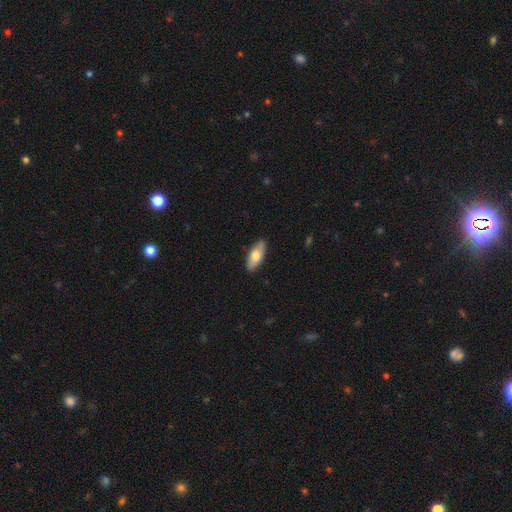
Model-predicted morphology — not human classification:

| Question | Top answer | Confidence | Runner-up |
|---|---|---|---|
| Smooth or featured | smooth | 70% | featured or disk (24%) |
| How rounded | in between | 83% | cigar-shaped (15%) |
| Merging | none | 89% | minor disturbance (9%) |